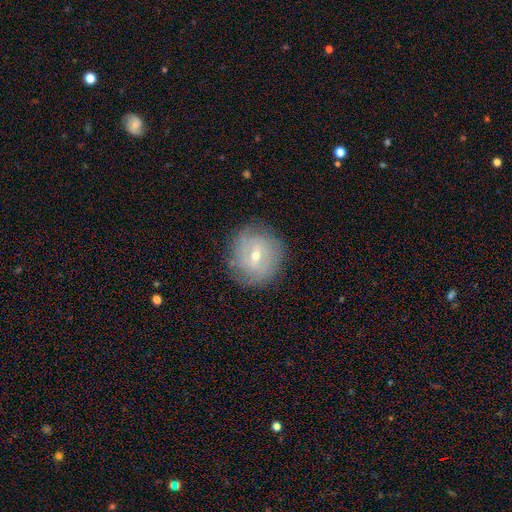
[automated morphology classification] Smooth or featured?
  - featured or disk: 60% *
  - smooth: 31%
  - star or artifact: 9%
Edge-on disk?
  - no: 95% *
  - yes: 5%
Bar?
  - weak: 54% *
  - no: 30%
  - strong: 16%
Spiral arms?
  - yes: 68% *
  - no: 32%
Bulge size?
  - small: 55% *
  - moderate: 42%
  - large: 1%
  - none: 1%
  - dominant: 1%
Merging?
  - none: 82% *
  - minor disturbance: 13%
  - major disturbance: 4%
  - merger: 1%